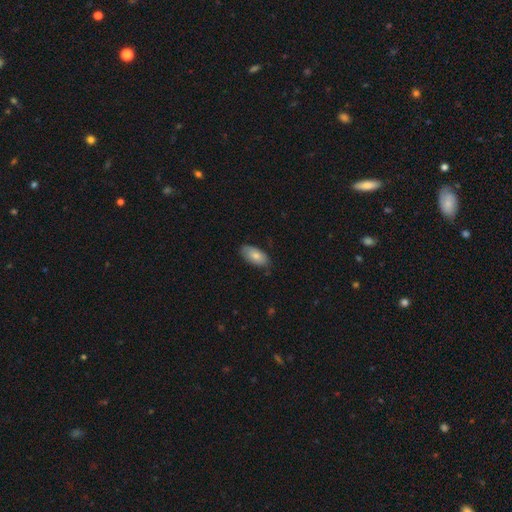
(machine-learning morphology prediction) This is likely a smooth galaxy (78%). How rounded: clearly in between (94%). Merging: likely none (80%).